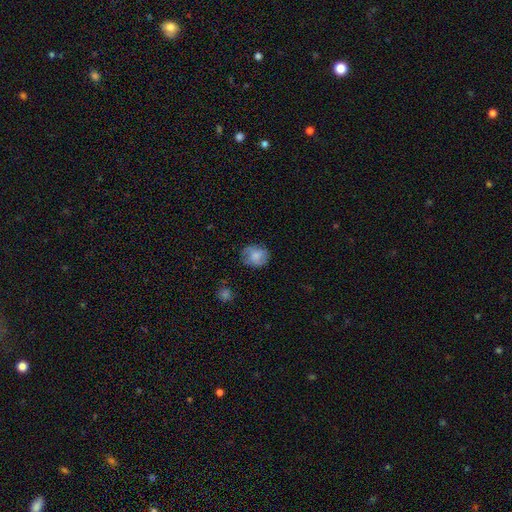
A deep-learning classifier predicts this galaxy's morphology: smooth-or-featured: smooth: 71% | featured or disk: 21% | star or artifact: 8%
  how-rounded: round: 70% | in between: 29% | cigar-shaped: 1%
  merging: none: 69% | minor disturbance: 22% | major disturbance: 7% | merger: 1%